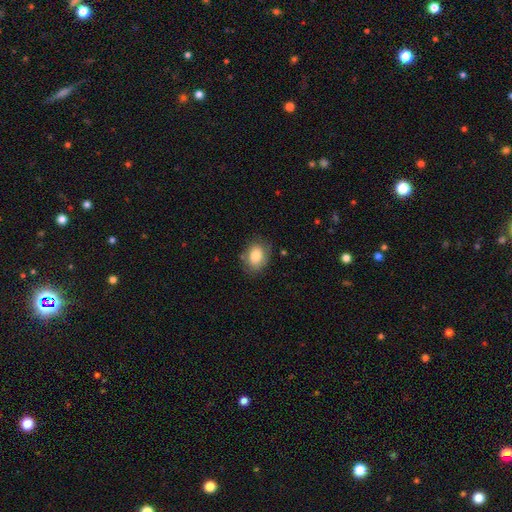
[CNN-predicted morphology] Smooth or featured: smooth — 81% (featured or disk — 11%)
How rounded: in between — 68% (round — 31%)
Merging: none — 75% (minor disturbance — 18%)